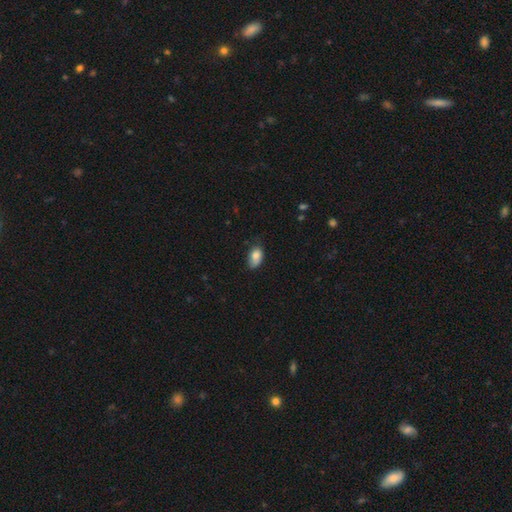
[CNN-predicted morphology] Smooth or featured? Predicted: smooth (p=0.80). How rounded? Predicted: in between (p=0.90). Merging? Predicted: none (p=0.56).